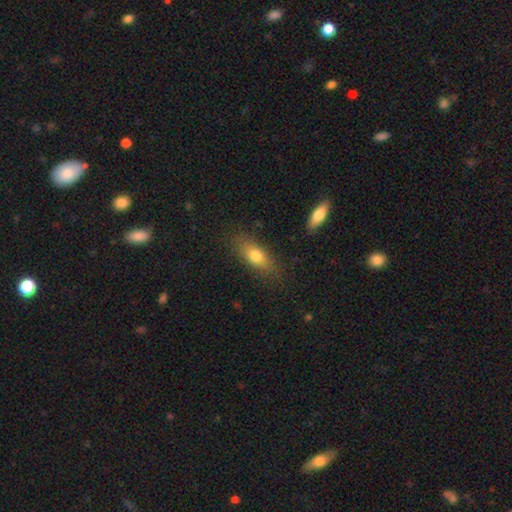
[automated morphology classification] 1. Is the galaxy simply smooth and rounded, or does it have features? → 74% smooth, 17% featured or disk, 9% star or artifact.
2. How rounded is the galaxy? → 76% in between, 17% cigar-shaped, 7% round.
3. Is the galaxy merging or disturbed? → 80% none, 14% minor disturbance, 4% major disturbance, 2% merger.